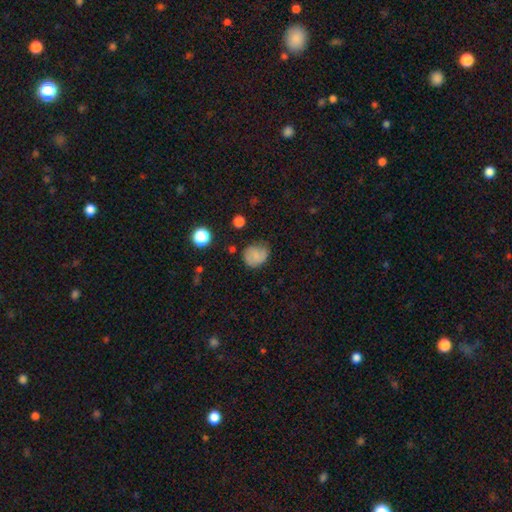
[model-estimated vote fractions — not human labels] Q: Smooth or featured?
A: smooth (63%); runner-up: featured or disk (25%)
Q: How rounded?
A: round (73%); runner-up: in between (26%)
Q: Merging?
A: none (64%); runner-up: minor disturbance (25%)